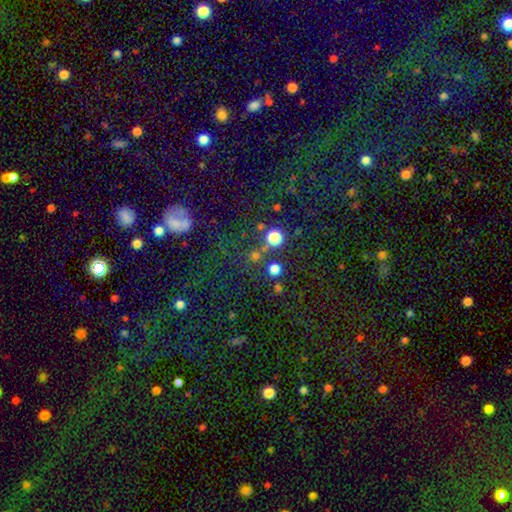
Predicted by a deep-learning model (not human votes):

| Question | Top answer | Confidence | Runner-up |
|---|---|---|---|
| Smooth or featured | smooth | 57% | star or artifact (34%) |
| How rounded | round | 90% | in between (8%) |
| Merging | none | 71% | merger (15%) |